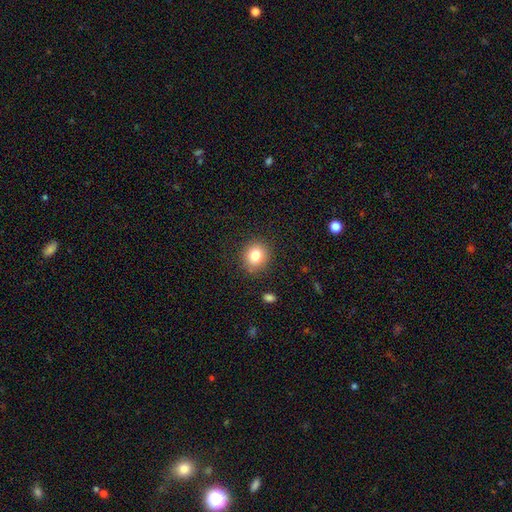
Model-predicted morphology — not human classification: This is clearly a smooth galaxy (81%). How rounded: clearly round (82%). Merging: clearly none (87%).